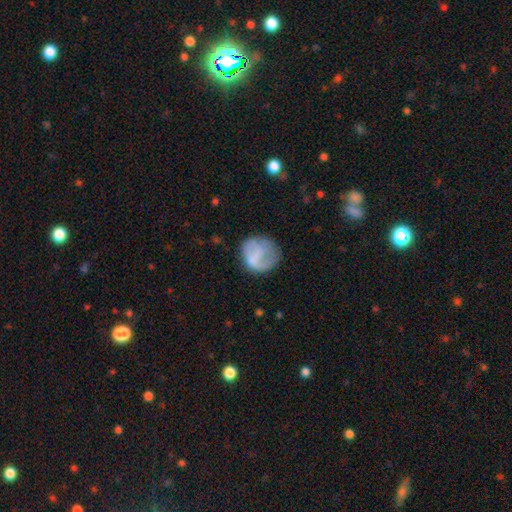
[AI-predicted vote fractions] Q: Smooth or featured?
A: smooth (65%); runner-up: featured or disk (27%)
Q: How rounded?
A: round (82%); runner-up: in between (17%)
Q: Merging?
A: none (53%); runner-up: minor disturbance (24%)